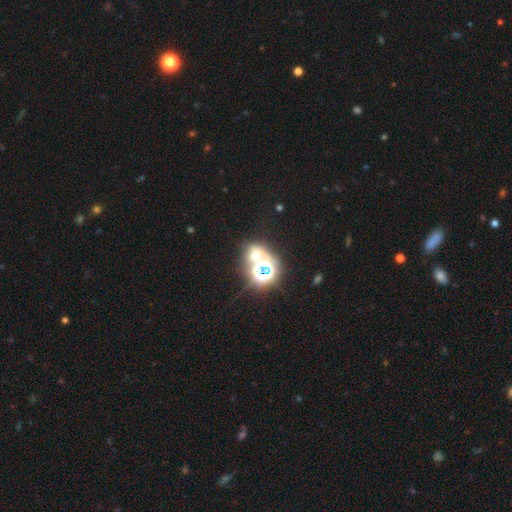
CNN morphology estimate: A star or artifact, not a galaxy (53%).

Vote fractions:
- Smooth or featured? star or artifact: 53% / smooth: 35% / featured or disk: 12%